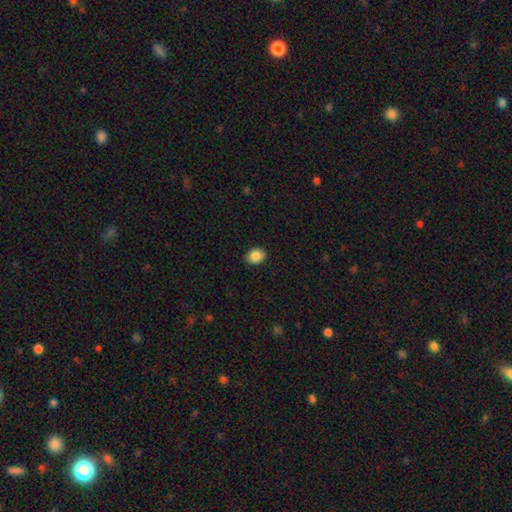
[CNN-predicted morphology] Q: Smooth or featured?
A: smooth (87%); runner-up: star or artifact (8%)
Q: How rounded?
A: in between (55%); runner-up: round (45%)
Q: Merging?
A: none (90%); runner-up: minor disturbance (7%)